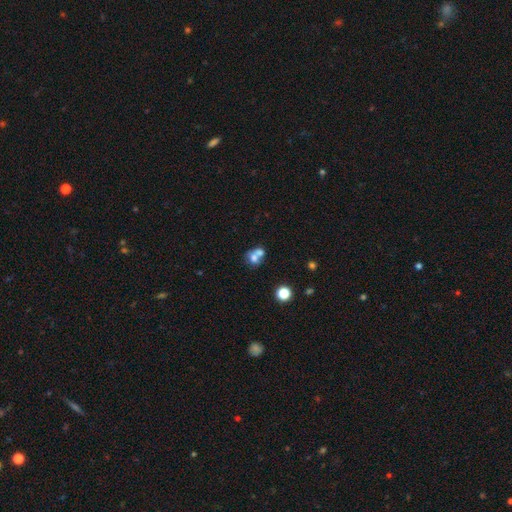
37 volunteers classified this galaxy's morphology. This appears to be a smooth galaxy with no disk features (62%) that is round (61%). Merging: merger (77%).